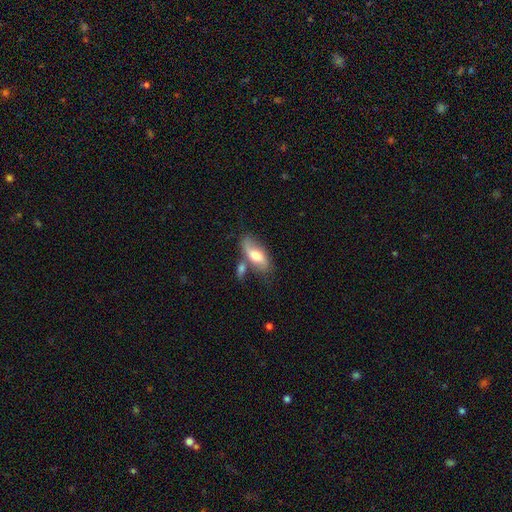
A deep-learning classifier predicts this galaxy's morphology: A smooth galaxy with no disk features (55%) that is in between round and cigar-shaped (83%).

Vote fractions:
- Smooth or featured? smooth: 55% / featured or disk: 38% / star or artifact: 7%
- How rounded? in between: 83% / cigar-shaped: 13% / round: 4%
- Merging? none: 53% / merger: 21% / minor disturbance: 19% / major disturbance: 8%